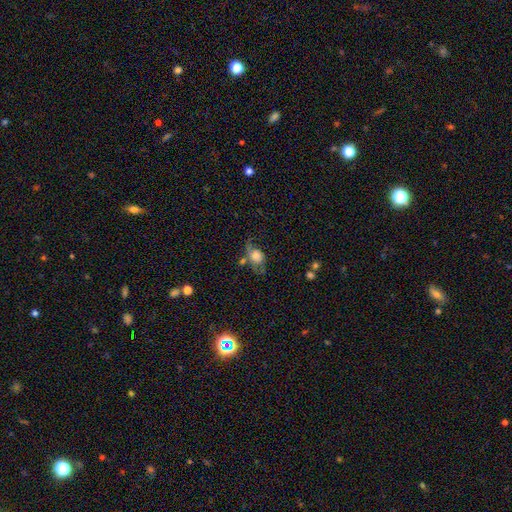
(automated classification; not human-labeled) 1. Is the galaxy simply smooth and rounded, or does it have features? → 52% smooth, 38% featured or disk, 9% star or artifact.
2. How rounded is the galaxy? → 61% in between, 37% round, 3% cigar-shaped.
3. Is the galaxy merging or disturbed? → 40% none, 27% minor disturbance, 23% major disturbance, 10% merger.